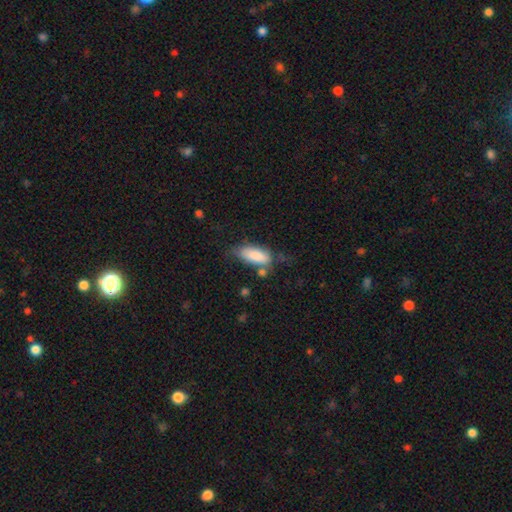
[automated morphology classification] The model was most divided on "merging": none: 53%, minor disturbance: 26%, major disturbance: 10%, merger: 10%. More confident: smooth or featured — smooth (84%); how rounded — in between (81%).